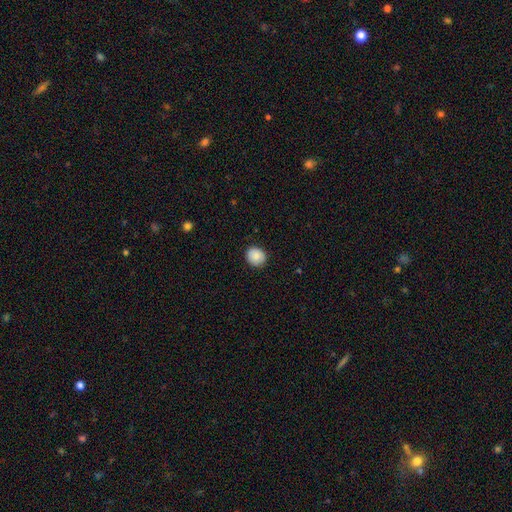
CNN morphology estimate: type=smooth (85%); roundness=round (84%); merging=none (88%).